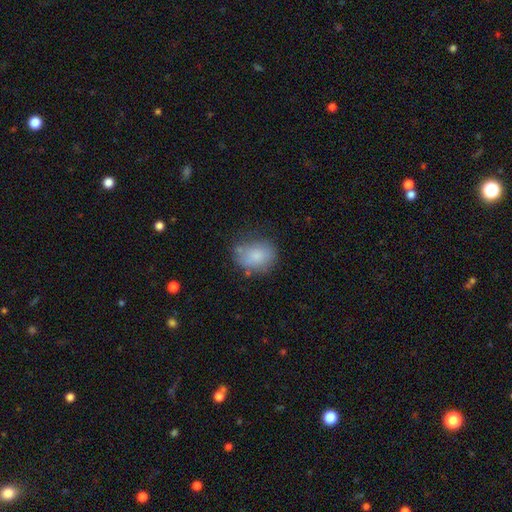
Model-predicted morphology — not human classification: Smooth or featured? Predicted: smooth (p=0.78). How rounded? Predicted: round (p=0.52). Merging? Predicted: none (p=0.58).